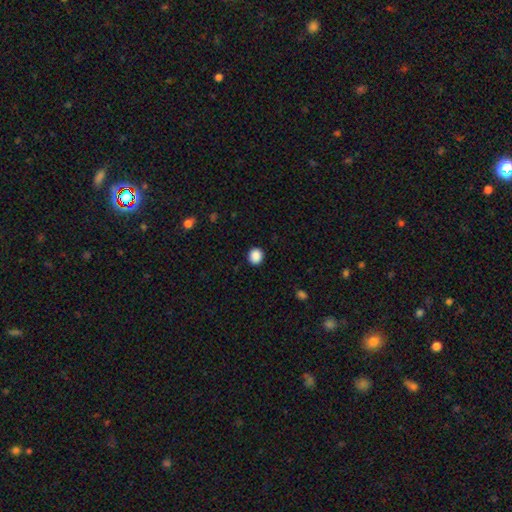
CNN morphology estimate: smooth-or-featured: smooth: 89% | star or artifact: 9% | featured or disk: 2%
  how-rounded: round: 83% | in between: 17% | cigar-shaped: 1%
  merging: none: 91% | minor disturbance: 6% | major disturbance: 2% | merger: 1%